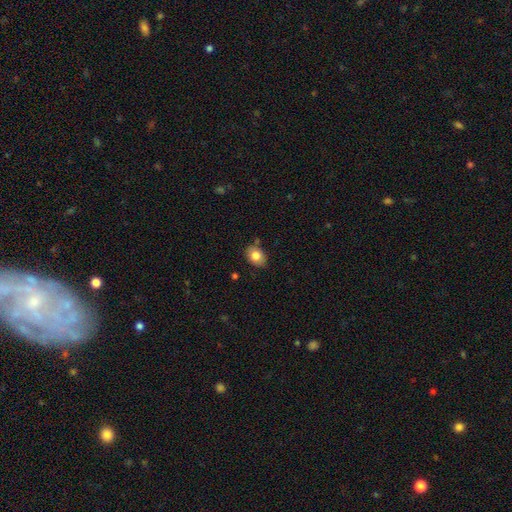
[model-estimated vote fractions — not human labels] A smooth galaxy with no disk features (81%) that is in between round and cigar-shaped (59%).

Vote fractions:
- Smooth or featured? smooth: 81% / featured or disk: 10% / star or artifact: 9%
- How rounded? in between: 59% / round: 40% / cigar-shaped: 1%
- Merging? none: 77% / minor disturbance: 16% / merger: 4% / major disturbance: 3%